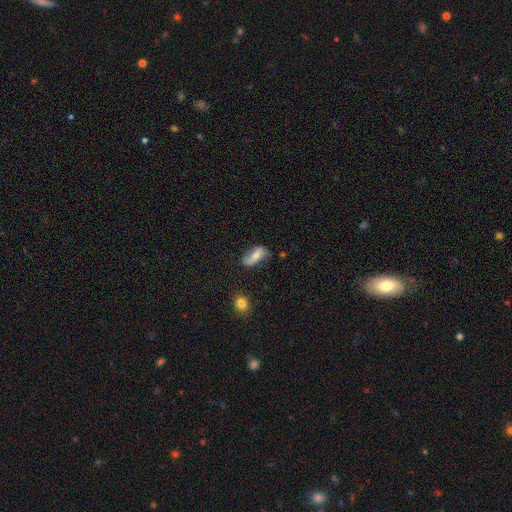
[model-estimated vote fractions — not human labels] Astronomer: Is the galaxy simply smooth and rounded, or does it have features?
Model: smooth — 56% (runner-up: featured or disk, 36%).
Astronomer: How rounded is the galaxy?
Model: in between — 83%.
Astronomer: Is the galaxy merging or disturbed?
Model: none — 61%.